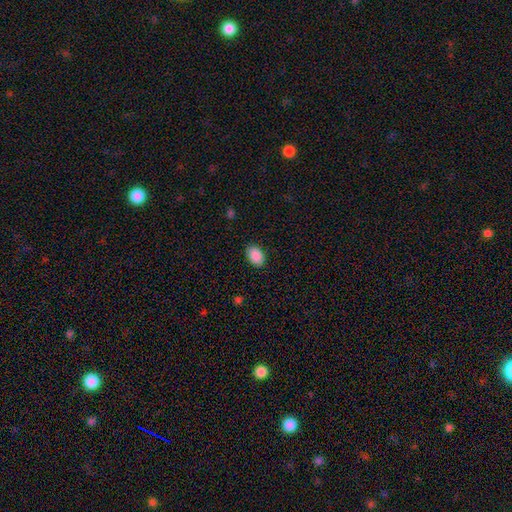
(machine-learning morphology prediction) This appears to be a smooth galaxy with no disk features (90%) that is in between round and cigar-shaped (83%). Merging: none (88%).